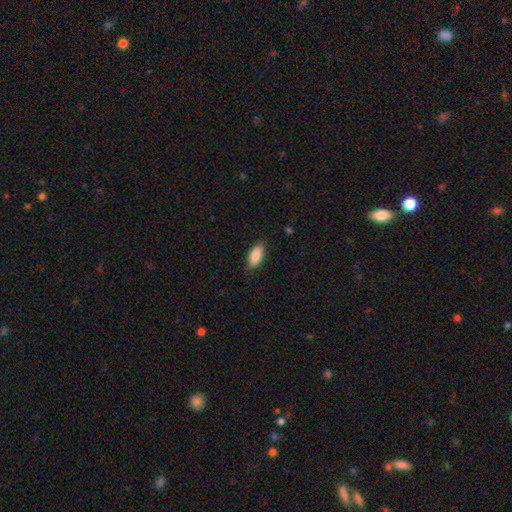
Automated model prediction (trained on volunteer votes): Smooth or featured: smooth — 88% (star or artifact — 6%)
How rounded: in between — 92% (cigar-shaped — 6%)
Merging: none — 84% (minor disturbance — 12%)